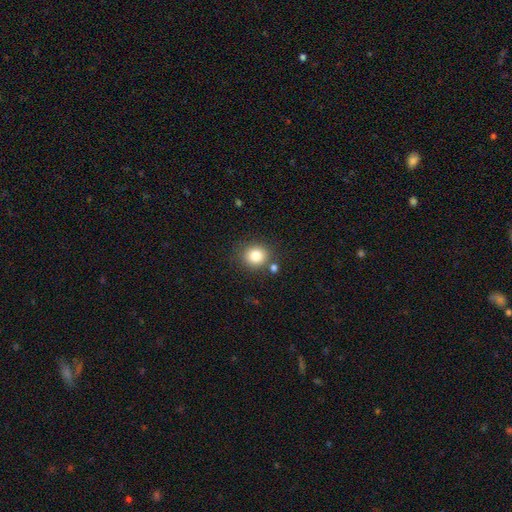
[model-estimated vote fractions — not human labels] Smooth or featured? Predicted: smooth (p=0.82). How rounded? Predicted: round (p=0.83). Merging? Predicted: none (p=0.80).